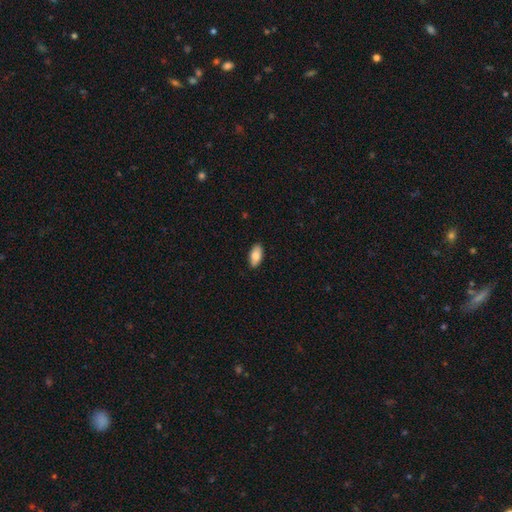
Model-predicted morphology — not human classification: Overall: smooth (83%). How rounded: in between (92%). Merging: none (88%).